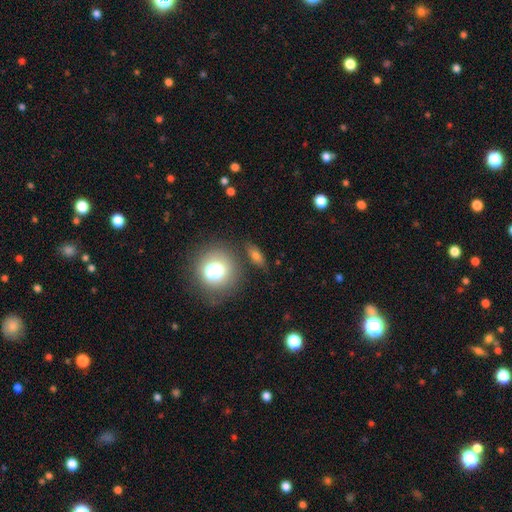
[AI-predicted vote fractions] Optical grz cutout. It shows a smooth galaxy with no disk features (66%) that is in between round and cigar-shaped (59%). Merging: none (79%).